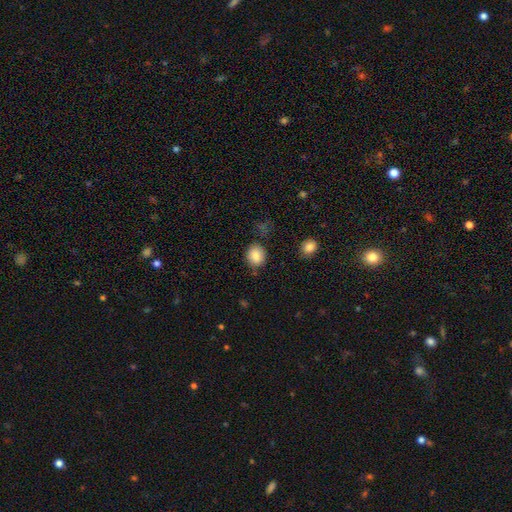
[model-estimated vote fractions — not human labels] Smooth or featured?
  - smooth: 85% *
  - star or artifact: 9%
  - featured or disk: 6%
How rounded?
  - round: 69% *
  - in between: 30%
  - cigar-shaped: 1%
Merging?
  - none: 78% *
  - minor disturbance: 14%
  - merger: 4%
  - major disturbance: 4%